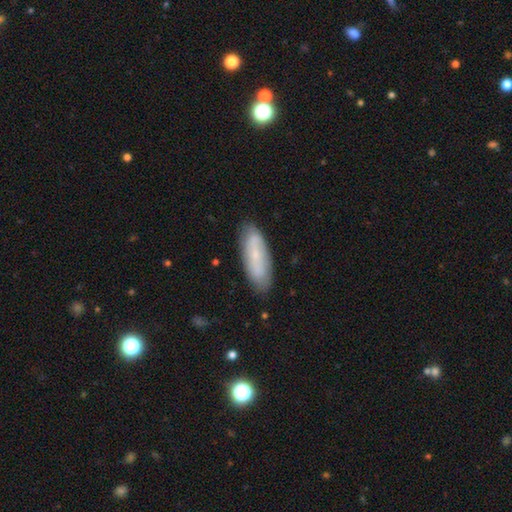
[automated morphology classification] Q: Smooth or featured?
A: smooth (53%); runner-up: featured or disk (39%)
Q: How rounded?
A: in between (56%); runner-up: cigar-shaped (42%)
Q: Merging?
A: none (83%); runner-up: minor disturbance (13%)